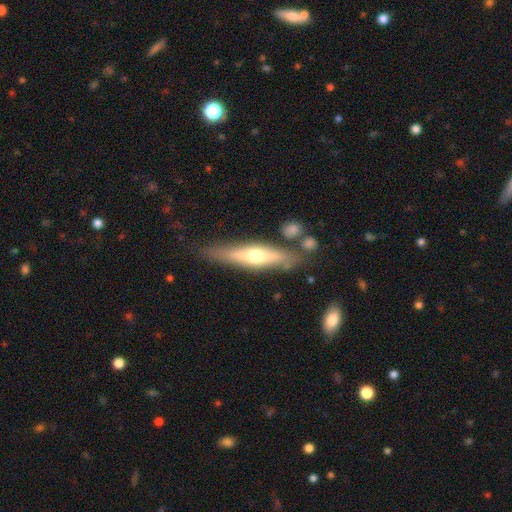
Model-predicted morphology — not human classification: Smooth or featured? featured or disk (54%)
Edge-on disk? yes (87%)
Merging? none (75%)